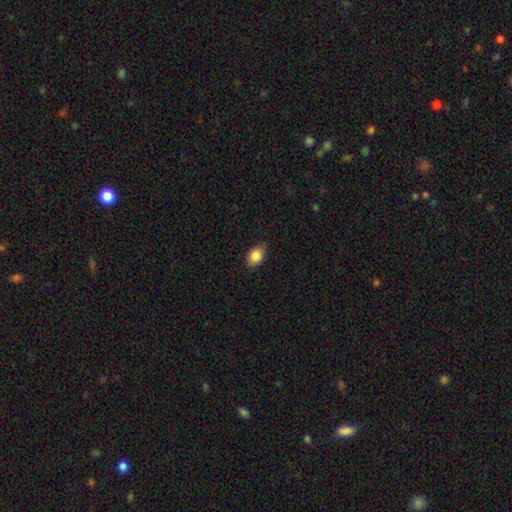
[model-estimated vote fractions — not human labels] smooth-or-featured: smooth: 86% | star or artifact: 8% | featured or disk: 6%
  how-rounded: in between: 79% | round: 19% | cigar-shaped: 1%
  merging: none: 78% | minor disturbance: 18% | major disturbance: 3% | merger: 1%